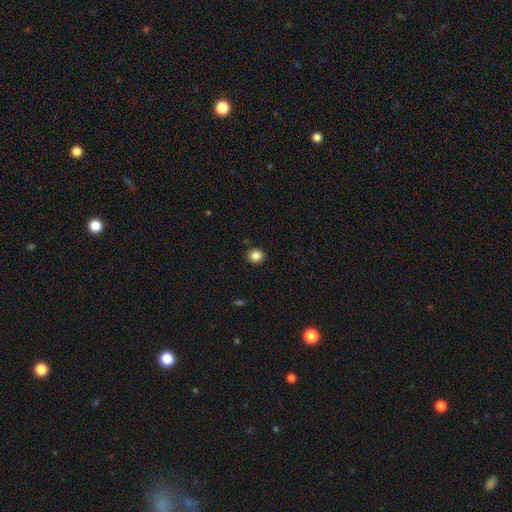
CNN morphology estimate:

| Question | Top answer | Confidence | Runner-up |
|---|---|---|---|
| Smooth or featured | smooth | 85% | star or artifact (10%) |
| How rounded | round | 83% | in between (16%) |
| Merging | none | 89% | minor disturbance (7%) |